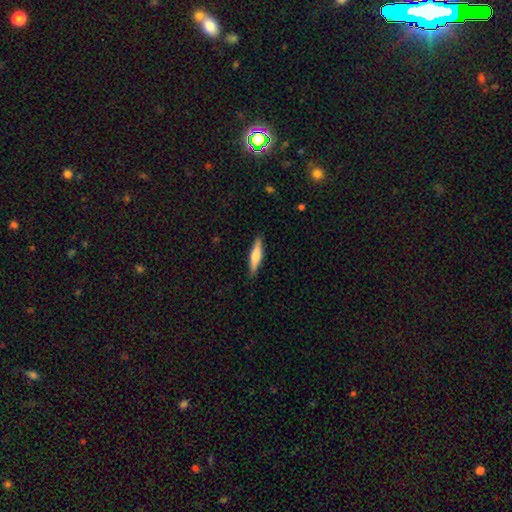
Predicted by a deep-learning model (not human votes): Overall: smooth (62%; featured or disk 33%). How rounded: cigar-shaped (81%). Merging: none (89%).